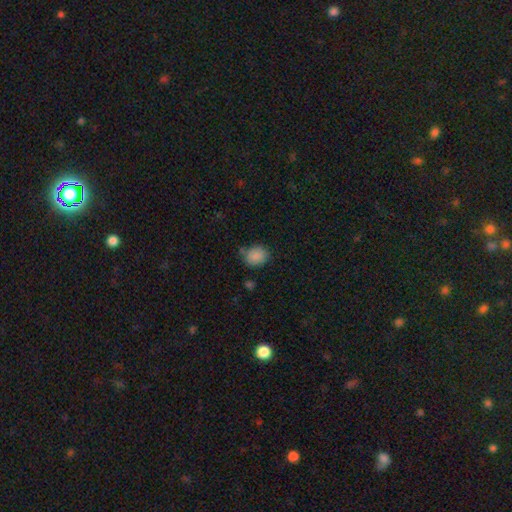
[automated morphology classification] This appears to be a smooth galaxy with no disk features (87%) that is round (52%). Merging: none (72%).